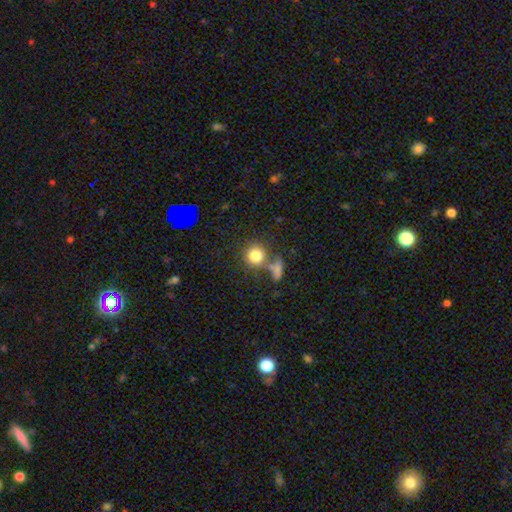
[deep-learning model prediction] smooth_or_featured: smooth (p=0.80) [alt: star or artifact p=0.11]
how_rounded: round (p=0.90) [alt: in between p=0.09]
merging: none (p=0.61) [alt: merger p=0.22]